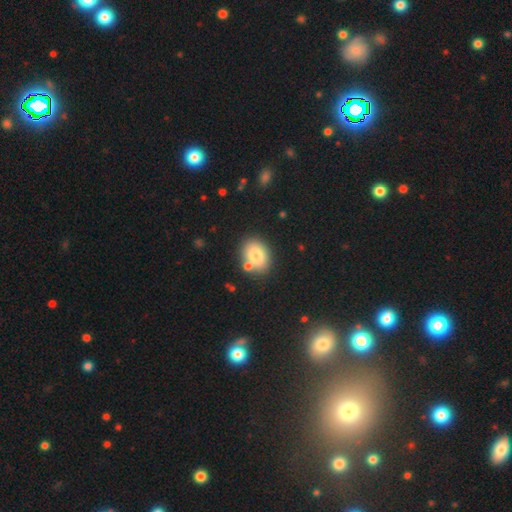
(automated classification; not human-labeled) Smooth or featured: smooth — 80% (featured or disk — 11%)
How rounded: in between — 65% (round — 34%)
Merging: none — 74% (merger — 12%)